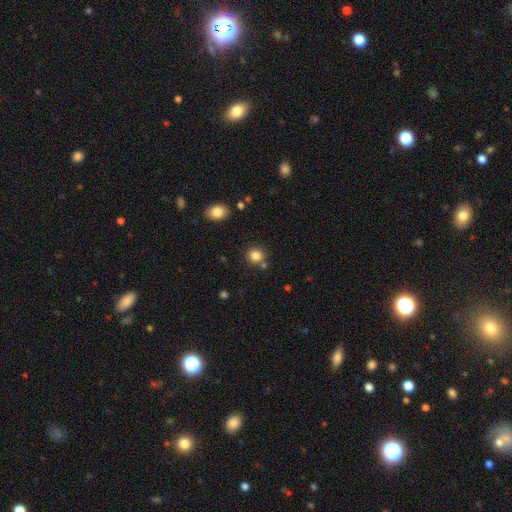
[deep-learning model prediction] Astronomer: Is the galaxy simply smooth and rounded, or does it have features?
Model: smooth — 84%.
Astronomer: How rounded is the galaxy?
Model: round — 88%.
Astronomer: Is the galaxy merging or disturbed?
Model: none — 80%.